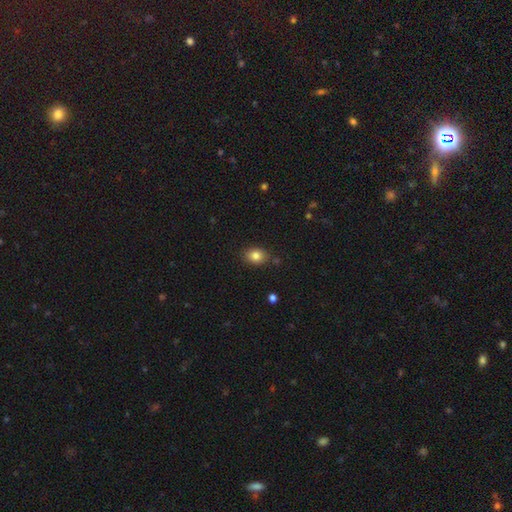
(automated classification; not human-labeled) Smooth or featured?
  - smooth: 83% *
  - star or artifact: 10%
  - featured or disk: 7%
How rounded?
  - in between: 60% *
  - round: 39%
  - cigar-shaped: 1%
Merging?
  - none: 81% *
  - minor disturbance: 13%
  - merger: 3%
  - major disturbance: 3%